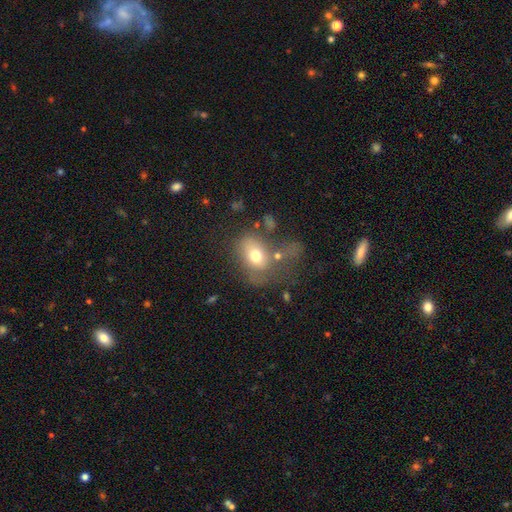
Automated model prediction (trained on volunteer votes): Smooth or featured: smooth — 68% (featured or disk — 21%)
How rounded: in between — 68% (round — 31%)
Merging: none — 31% (major disturbance — 30%)